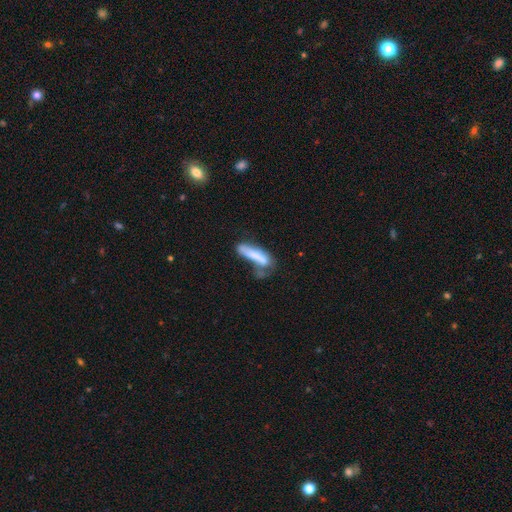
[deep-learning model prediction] Smooth or featured? Predicted: smooth (p=0.68). How rounded? Predicted: cigar-shaped (p=0.76). Merging? Predicted: none (p=0.33).